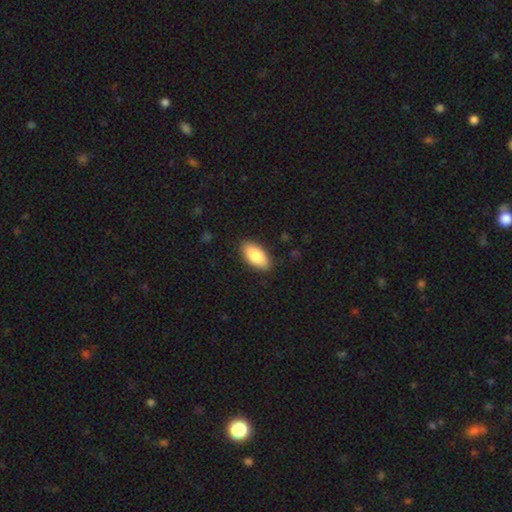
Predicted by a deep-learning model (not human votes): Overall: smooth (86%). How rounded: in between (93%). Merging: none (87%).